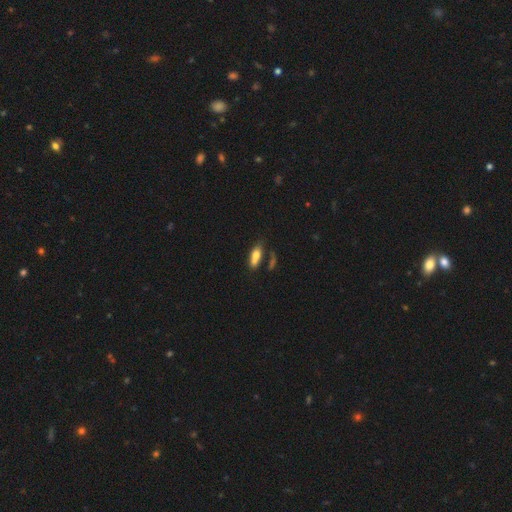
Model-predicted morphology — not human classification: Smooth or featured? Predicted: smooth (p=0.72). How rounded? Predicted: in between (p=0.74). Merging? Predicted: none (p=0.45).